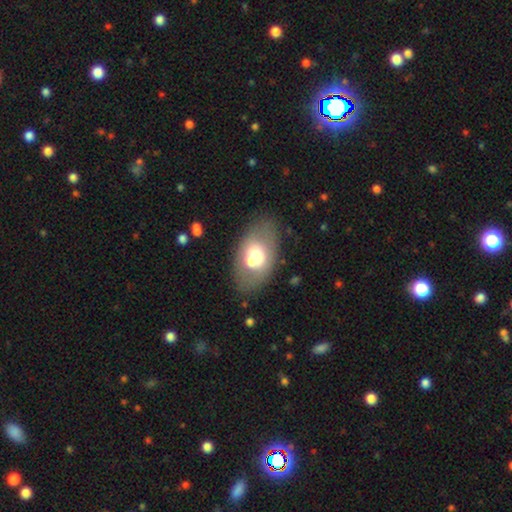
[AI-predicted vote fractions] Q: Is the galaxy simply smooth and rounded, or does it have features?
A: smooth — 58%.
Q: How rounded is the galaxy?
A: in between — 87%.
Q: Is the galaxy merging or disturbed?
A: none — 62%.